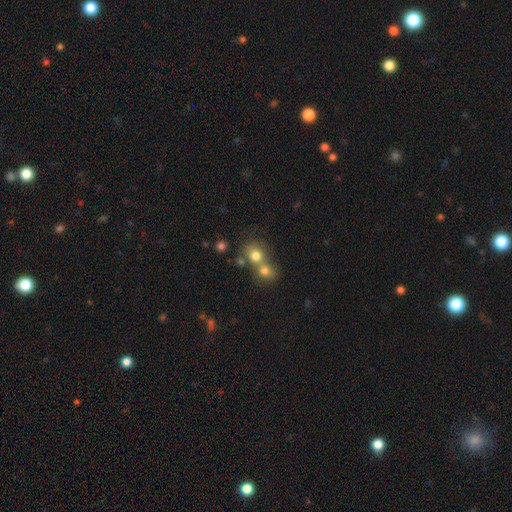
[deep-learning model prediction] Smooth or featured? Predicted: smooth (p=0.75). How rounded? Predicted: round (p=0.70). Merging? Predicted: merger (p=0.59).